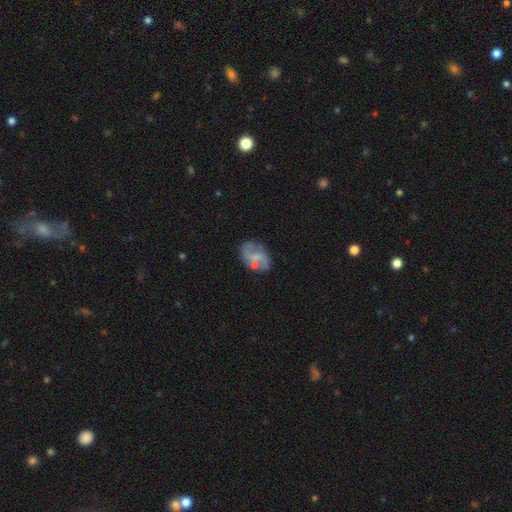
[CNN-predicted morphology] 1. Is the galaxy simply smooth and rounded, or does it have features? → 66% featured or disk, 26% smooth, 8% star or artifact.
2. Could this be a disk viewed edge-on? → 97% no, 3% yes.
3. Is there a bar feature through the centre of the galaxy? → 45% weak, 43% no, 12% strong.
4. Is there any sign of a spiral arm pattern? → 76% yes, 24% no.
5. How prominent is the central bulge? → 50% small, 26% none, 22% moderate, 2% large, 1% dominant.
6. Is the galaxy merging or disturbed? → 65% none, 19% minor disturbance, 8% major disturbance, 7% merger.